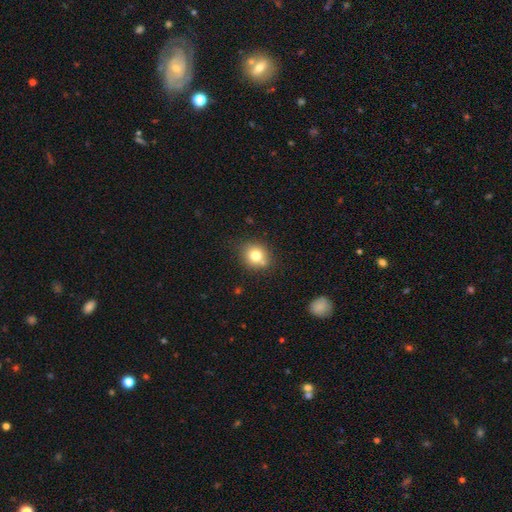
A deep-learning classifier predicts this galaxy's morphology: Overall: smooth (77%). How rounded: round (74%). Merging: none (73%).